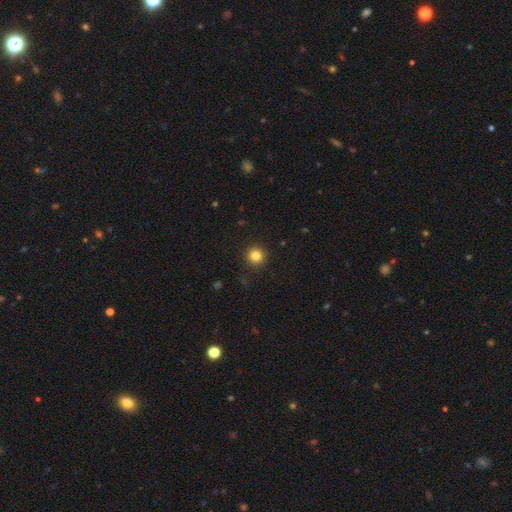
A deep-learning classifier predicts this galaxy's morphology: Smooth or featured? smooth (83%)
How rounded? round (95%)
Merging? none (92%)